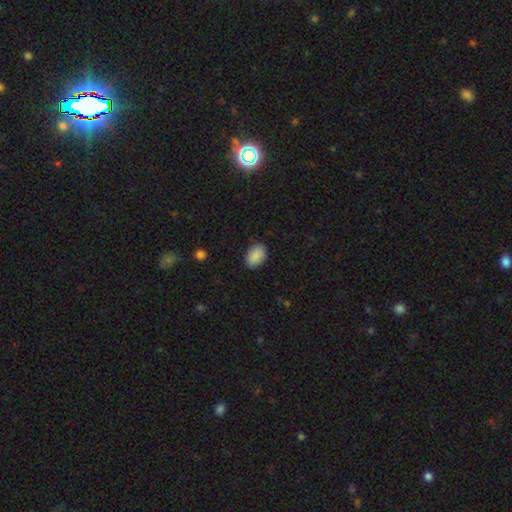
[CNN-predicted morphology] A smooth galaxy with no disk features (88%) that is in between round and cigar-shaped (85%). Merging: none (85%).